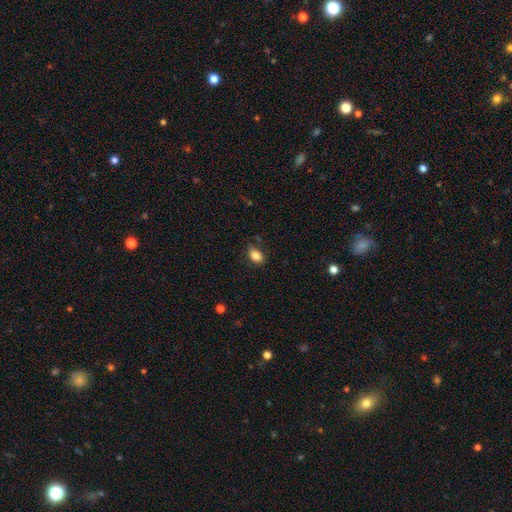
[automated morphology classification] This is clearly a smooth galaxy (84%). How rounded: clearly in between (81%). Merging: likely none (78%).